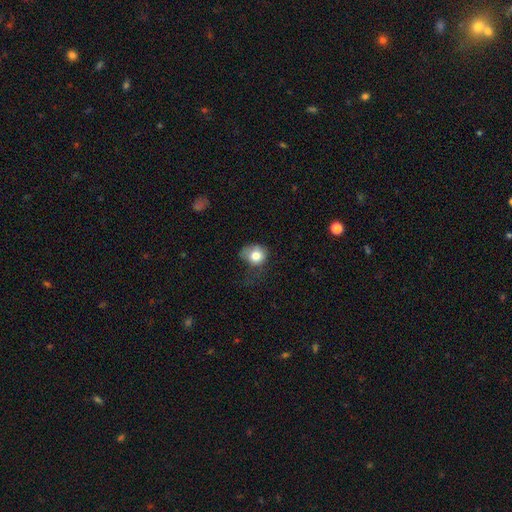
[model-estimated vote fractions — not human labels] Smooth or featured?
  - smooth: 78% *
  - featured or disk: 13%
  - star or artifact: 10%
How rounded?
  - round: 65% *
  - in between: 34%
  - cigar-shaped: 1%
Merging?
  - minor disturbance: 37% *
  - none: 31%
  - major disturbance: 30%
  - merger: 2%